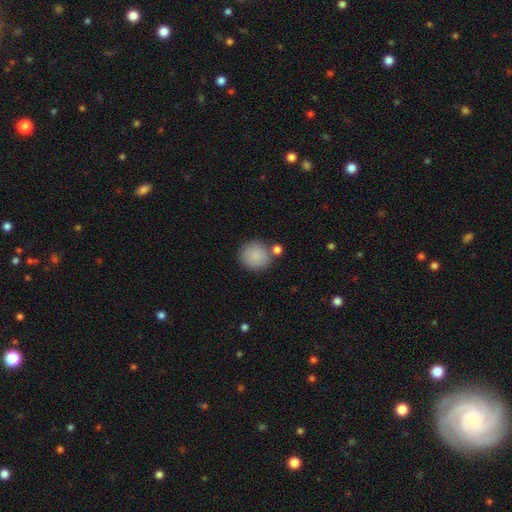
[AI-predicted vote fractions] The model was most divided on "merging": none: 75%, merger: 11%, minor disturbance: 10%, major disturbance: 3%. More confident: how rounded — round (90%); smooth or featured — smooth (88%).